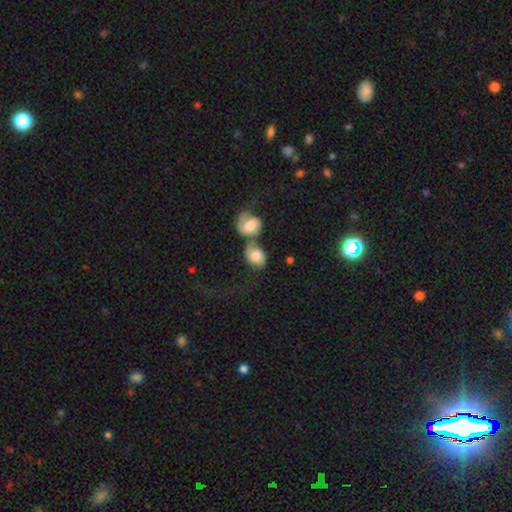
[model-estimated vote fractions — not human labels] Smooth or featured: smooth — 63% (featured or disk — 30%)
How rounded: in between — 57% (round — 41%)
Merging: merger — 65% (none — 16%)